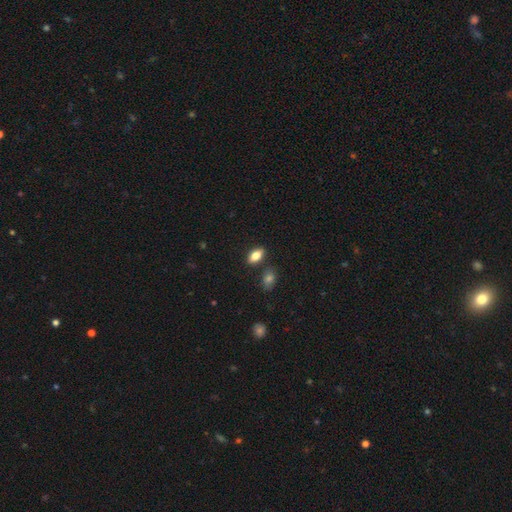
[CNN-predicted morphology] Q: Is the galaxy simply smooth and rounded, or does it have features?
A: smooth — 81%.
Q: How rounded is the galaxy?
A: in between — 90%.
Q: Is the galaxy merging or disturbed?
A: none — 82%.